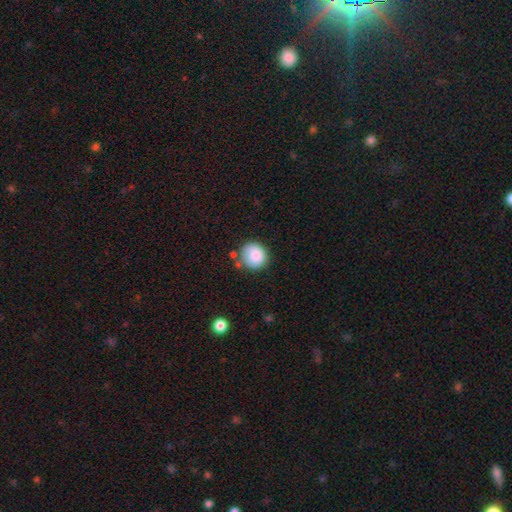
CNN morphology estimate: Smooth or featured? Predicted: smooth (p=0.86). How rounded? Predicted: round (p=0.88). Merging? Predicted: none (p=0.73).